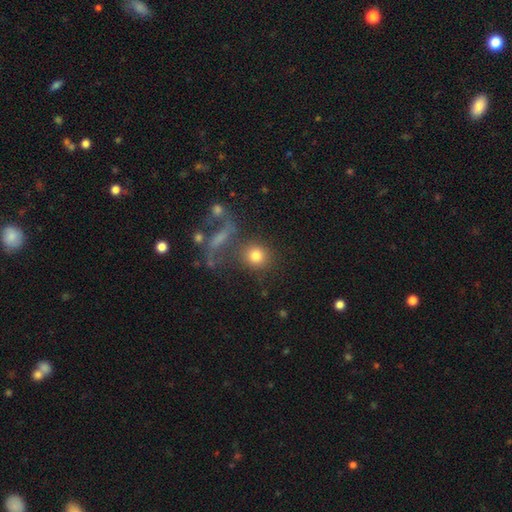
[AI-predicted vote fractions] A smooth galaxy with no disk features (78%) that is round (87%). Merging: none (68%).